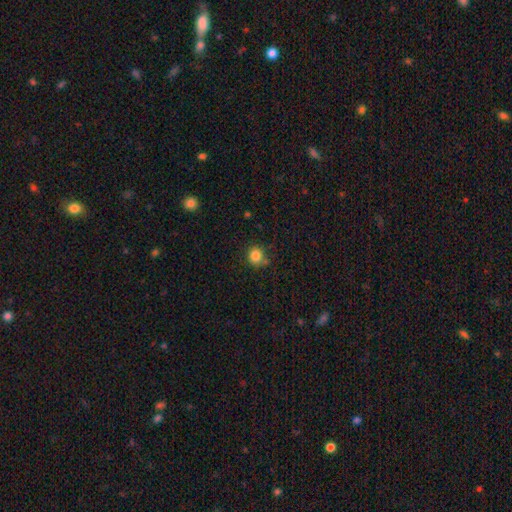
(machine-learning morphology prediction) Q: Smooth or featured?
A: smooth (84%); runner-up: star or artifact (11%)
Q: How rounded?
A: round (87%); runner-up: in between (12%)
Q: Merging?
A: none (77%); runner-up: minor disturbance (13%)